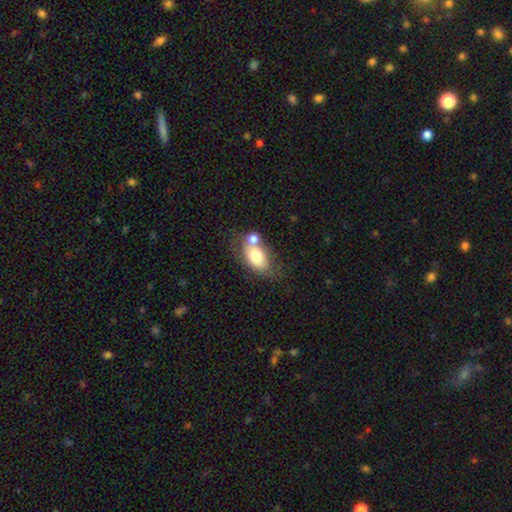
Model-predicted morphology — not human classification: Smooth or featured? smooth (68%)
How rounded? in between (86%)
Merging? none (38%, tied with merger)